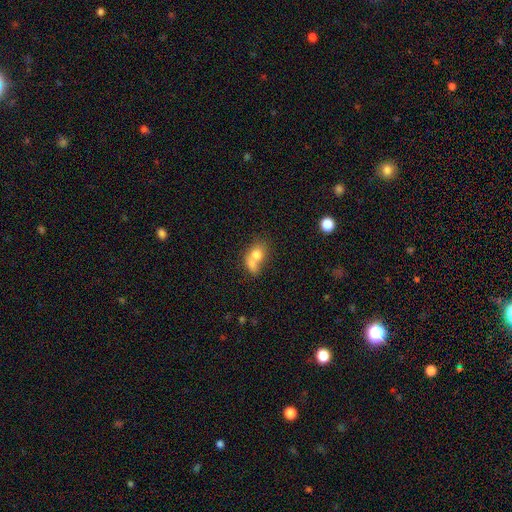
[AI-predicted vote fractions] smooth-or-featured: smooth: 72% | featured or disk: 18% | star or artifact: 9%
  how-rounded: in between: 54% | round: 44% | cigar-shaped: 2%
  merging: merger: 65% | none: 21% | minor disturbance: 8% | major disturbance: 6%